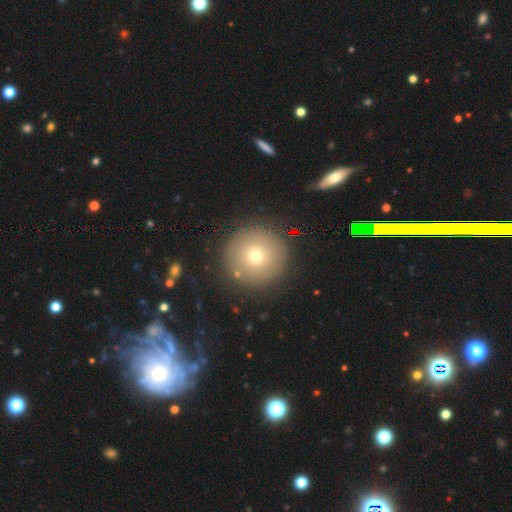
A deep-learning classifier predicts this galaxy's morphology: Overall: smooth (70%). How rounded: round (96%). Merging: none (87%).